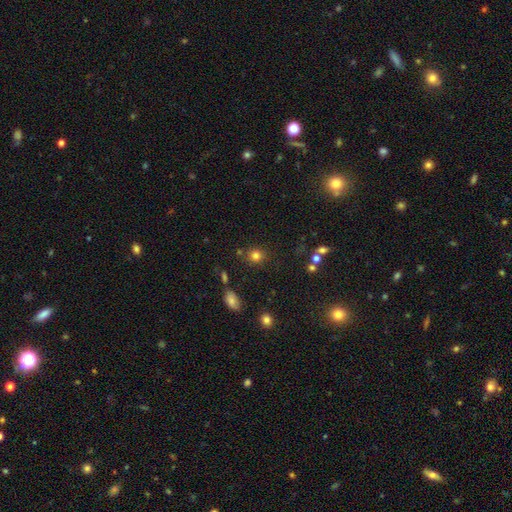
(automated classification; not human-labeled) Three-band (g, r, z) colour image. It shows a smooth galaxy with no disk features (80%) that is round (86%). Merging: none (81%).